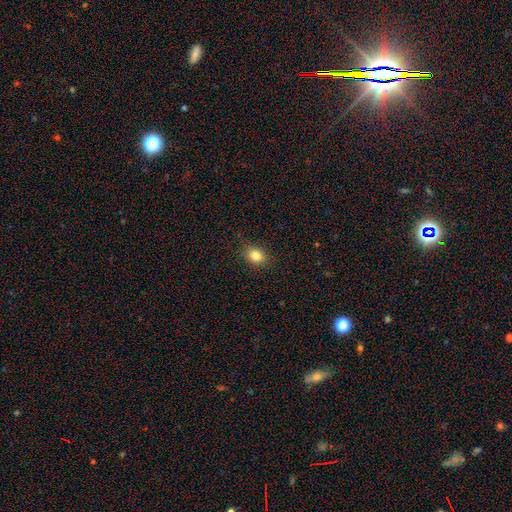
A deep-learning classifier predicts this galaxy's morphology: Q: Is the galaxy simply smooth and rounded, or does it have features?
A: smooth — 83%.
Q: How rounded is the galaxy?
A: round — 54%.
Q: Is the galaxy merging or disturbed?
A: none — 85%.